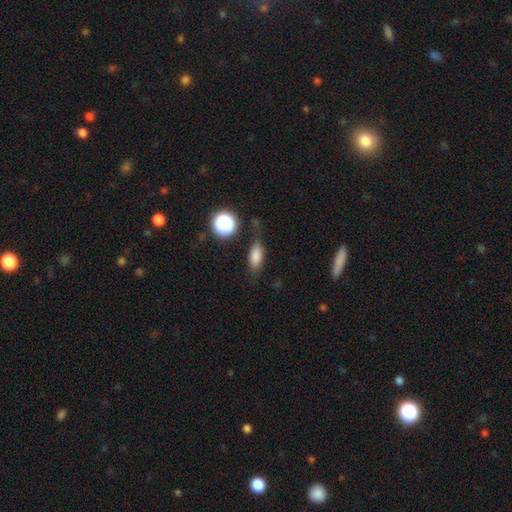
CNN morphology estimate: Overall: smooth (79%). How rounded: in between (75%). Merging: none (66%).